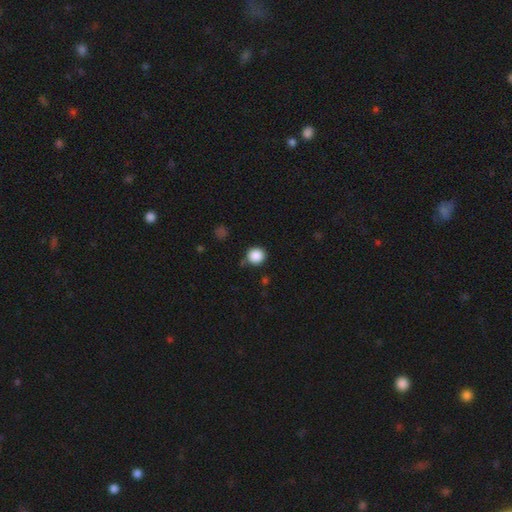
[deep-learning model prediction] A smooth galaxy with no disk features (88%) that is round (94%).

Vote fractions:
- Smooth or featured? smooth: 88% / star or artifact: 10% / featured or disk: 3%
- How rounded? round: 94% / in between: 5% / cigar-shaped: 1%
- Merging? none: 82% / minor disturbance: 11% / merger: 4% / major disturbance: 3%